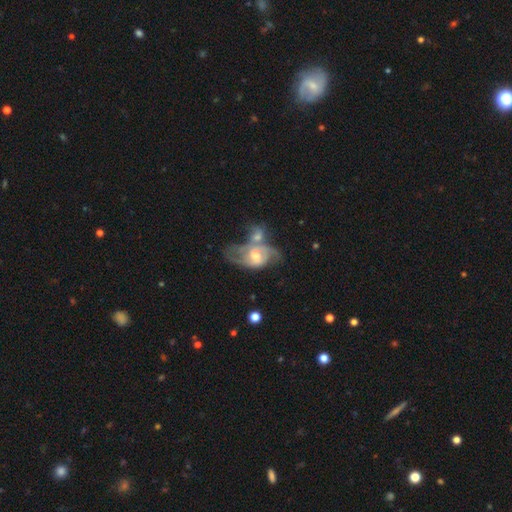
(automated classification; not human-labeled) A featured or disk galaxy (77%) with no bar (45%, tied with weak), 2 (74%) medium (48%) spiral arms (89%) and a moderate central bulge (55%).

Vote fractions:
- Smooth or featured? featured or disk: 77% / smooth: 17% / star or artifact: 6%
- Edge-on disk? no: 96% / yes: 4%
- Bar? no: 45% (tied) / weak: 45% (tied) / strong: 11%
- Spiral arms? yes: 89% / no: 11%
- Spiral winding? medium: 48% / loose: 31% / tight: 21%
- Spiral arm count? 2: 74% / can't tell: 14% / 1: 5% / 3: 4% / 4: 2% / more than 4: 1%
- Bulge size? moderate: 55% / small: 34% / large: 6% / none: 3% / dominant: 1%
- Merging? merger: 55% / none: 20% / major disturbance: 14% / minor disturbance: 11%